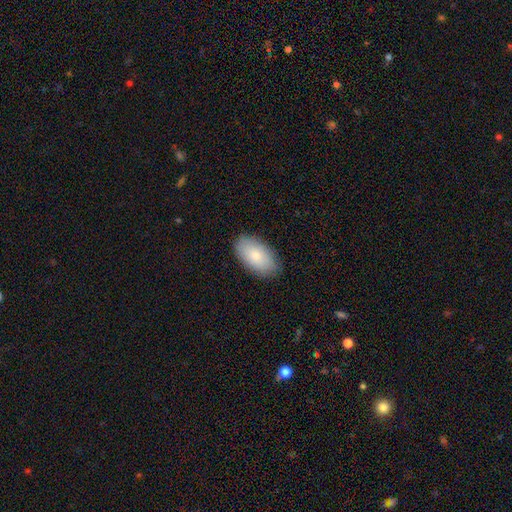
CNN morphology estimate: This appears to be a smooth galaxy with no disk features (82%) that is in between round and cigar-shaped (95%). Merging: none (86%).